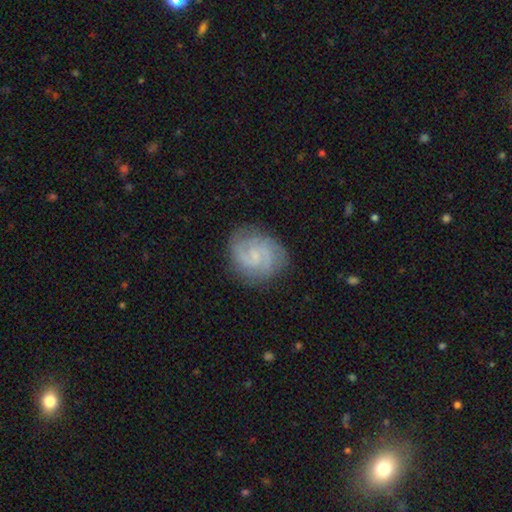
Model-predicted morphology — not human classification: Smooth or featured?
  - featured or disk: 81% *
  - smooth: 12%
  - star or artifact: 6%
Edge-on disk?
  - no: 98% *
  - yes: 2%
Bar?
  - no: 55% *
  - weak: 40%
  - strong: 5%
Spiral arms?
  - yes: 97% *
  - no: 3%
Spiral winding?
  - tight: 49% *
  - medium: 42%
  - loose: 9%
Spiral arm count?
  - 2: 52% *
  - 3: 21%
  - can't tell: 14%
  - 4: 5%
  - 1: 4%
  - more than 4: 4%
Bulge size?
  - small: 72% *
  - none: 15%
  - moderate: 11%
  - large: 1%
  - dominant: 1%
Merging?
  - none: 81% *
  - minor disturbance: 13%
  - major disturbance: 5%
  - merger: 1%